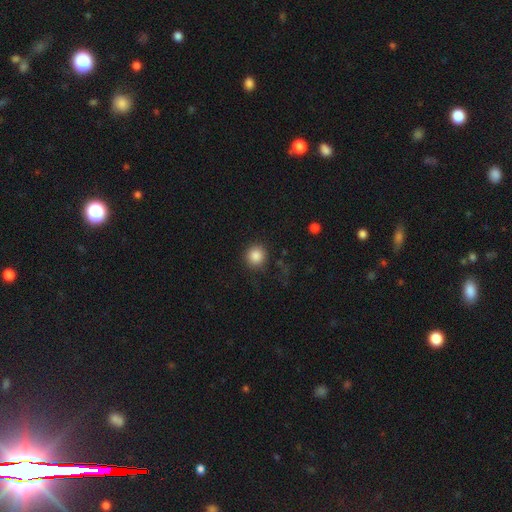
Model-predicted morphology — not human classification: The model was most divided on "smooth or featured": smooth: 86%, star or artifact: 10%, featured or disk: 4%. More confident: how rounded — round (92%); merging — none (86%).